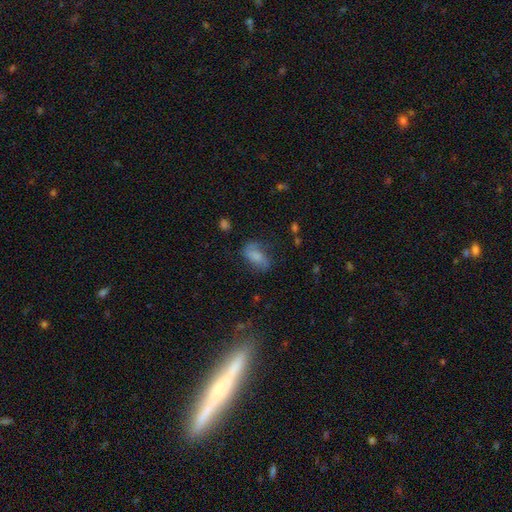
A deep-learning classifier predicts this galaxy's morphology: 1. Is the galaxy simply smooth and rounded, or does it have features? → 60% smooth, 30% featured or disk, 10% star or artifact.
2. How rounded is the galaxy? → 89% in between, 7% round, 4% cigar-shaped.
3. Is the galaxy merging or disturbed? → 54% none, 27% minor disturbance, 17% major disturbance, 2% merger.